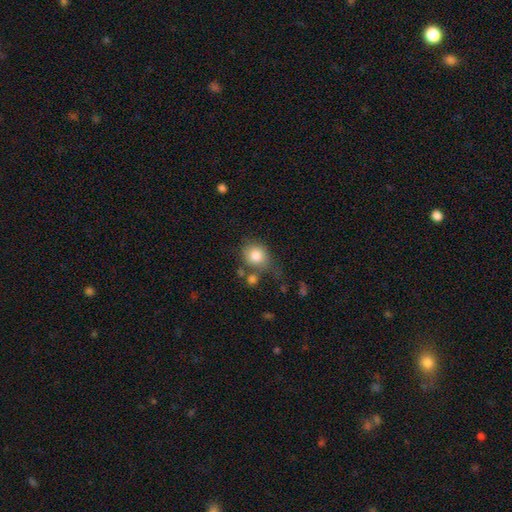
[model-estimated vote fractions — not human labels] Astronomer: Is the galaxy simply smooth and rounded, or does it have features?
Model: smooth — 83%.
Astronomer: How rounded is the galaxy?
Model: round — 72%.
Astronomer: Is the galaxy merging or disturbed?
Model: none — 54%.